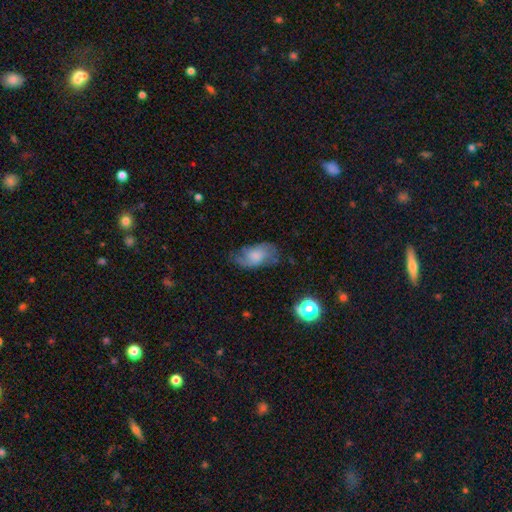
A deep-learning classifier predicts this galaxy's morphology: Overall: featured or disk (46%; smooth 44%). Merging: none (57%; minor disturbance 27%).